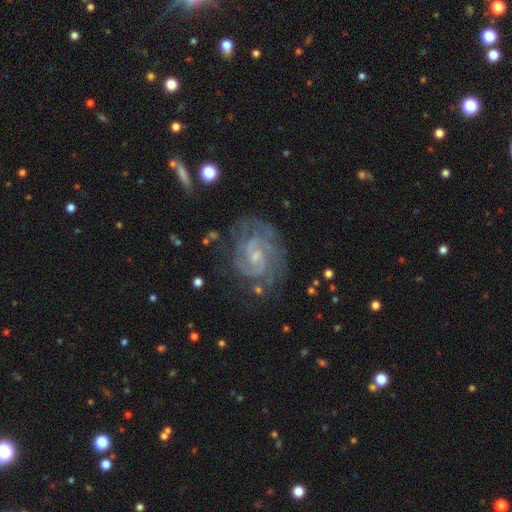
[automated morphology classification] This appears to be a featured or disk galaxy (85%) with no bar (50%), 2 (48%) tight (61%) spiral arms (96%) and a small central bulge (65%). Merging: none (73%).